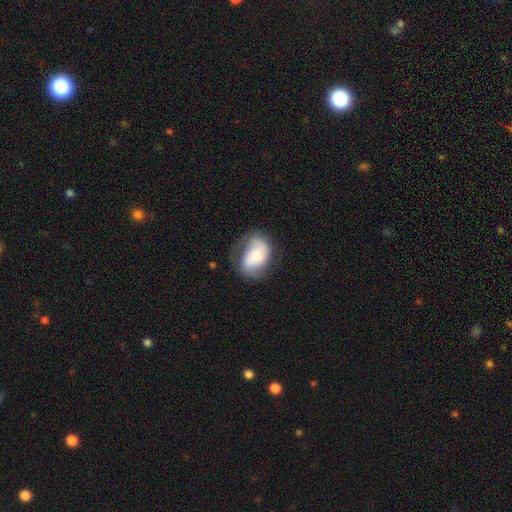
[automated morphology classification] This appears to be a featured or disk galaxy (47%). Merging: none (60%).